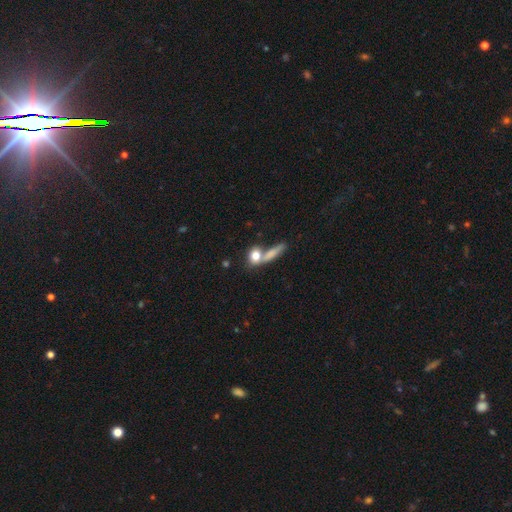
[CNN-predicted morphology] Smooth or featured? Predicted: smooth (p=0.77). How rounded? Predicted: round (p=0.47). Merging? Predicted: none (p=0.41, tied with merger).